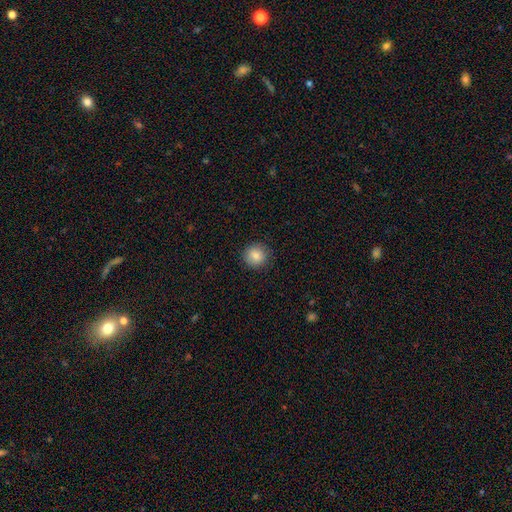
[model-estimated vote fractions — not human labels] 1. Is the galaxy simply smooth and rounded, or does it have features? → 83% smooth, 10% star or artifact, 7% featured or disk.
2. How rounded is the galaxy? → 92% round, 7% in between, 1% cigar-shaped.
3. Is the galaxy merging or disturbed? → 89% none, 7% minor disturbance, 2% major disturbance, 1% merger.